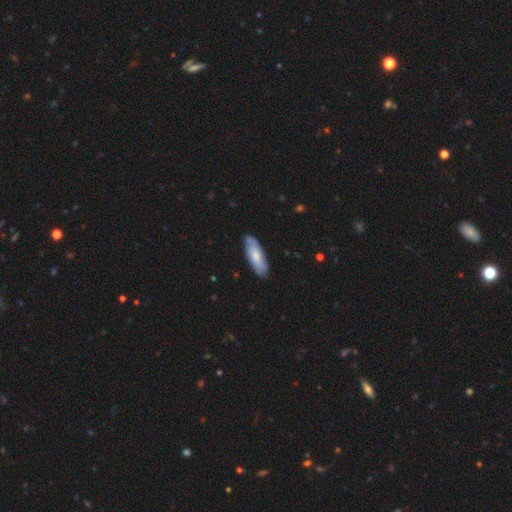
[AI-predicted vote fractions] Morphology: type=smooth (59%); roundness=in between (63%); merging=none (80%).